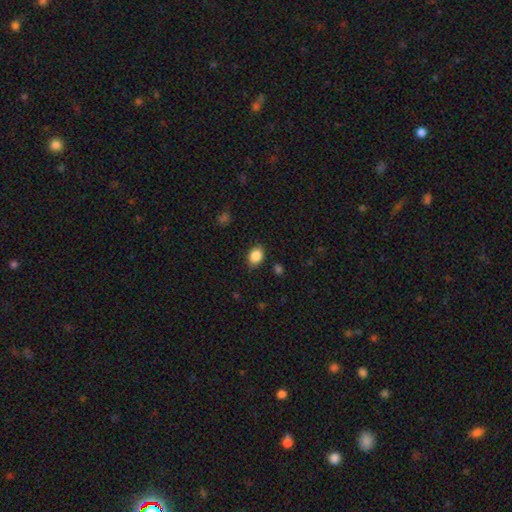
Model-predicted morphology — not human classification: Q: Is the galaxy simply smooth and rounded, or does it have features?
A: smooth — 87%.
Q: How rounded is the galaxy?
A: in between — 72%.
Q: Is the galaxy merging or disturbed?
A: none — 84%.